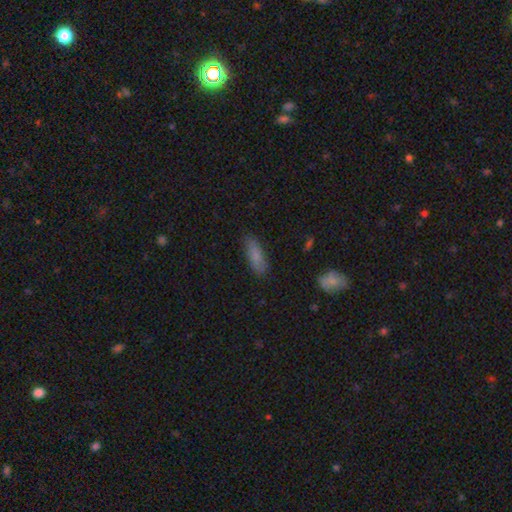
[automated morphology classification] This is clearly a smooth galaxy (80%). How rounded: likely in between (60%). Merging: clearly none (80%).